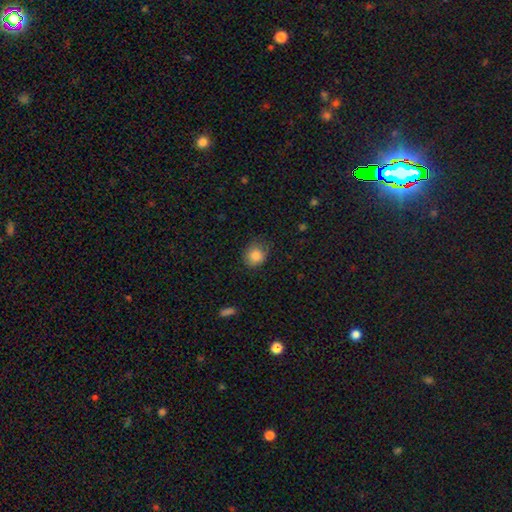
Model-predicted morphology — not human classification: Smooth or featured: smooth — 84% (star or artifact — 9%)
How rounded: round — 75% (in between — 25%)
Merging: none — 75% (minor disturbance — 20%)